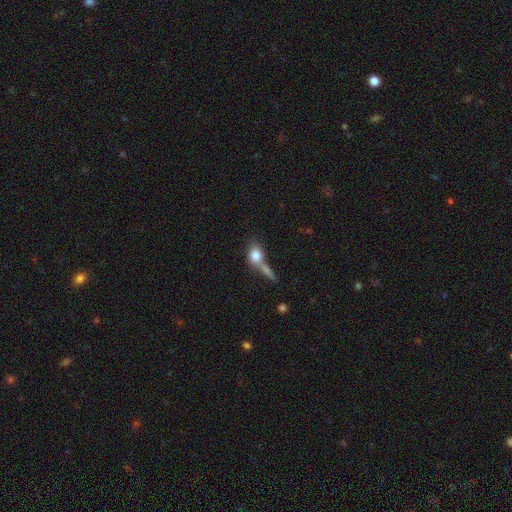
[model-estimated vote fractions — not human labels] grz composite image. It shows a smooth galaxy with no disk features (77%) that is in between round and cigar-shaped (53%). Merging: merger (42%).